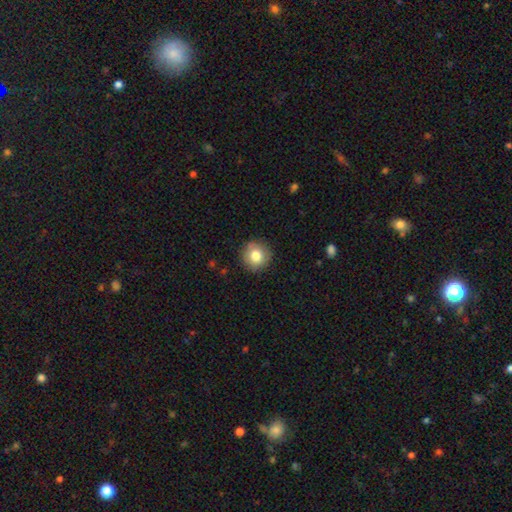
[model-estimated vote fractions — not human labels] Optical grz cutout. It shows a smooth galaxy with no disk features (80%) that is round (93%). Merging: none (89%).